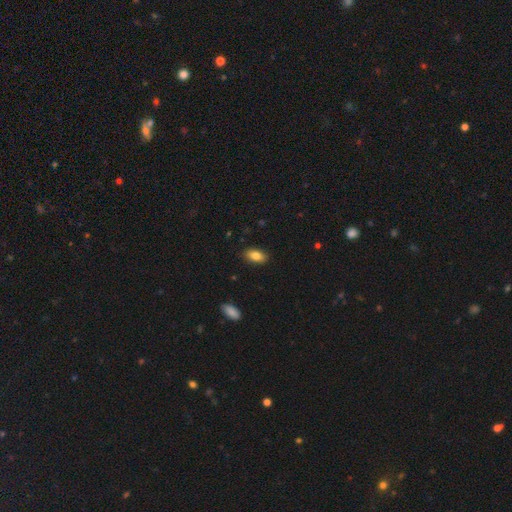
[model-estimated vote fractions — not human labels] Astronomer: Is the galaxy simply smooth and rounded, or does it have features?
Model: smooth — 84%.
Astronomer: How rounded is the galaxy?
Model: in between — 92%.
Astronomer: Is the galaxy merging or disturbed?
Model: none — 88%.